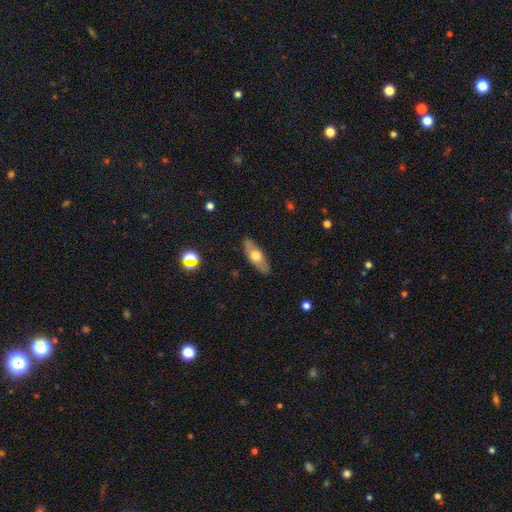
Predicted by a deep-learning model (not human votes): This is possibly a smooth galaxy (55%). How rounded: likely in between (61%). Merging: clearly none (87%).